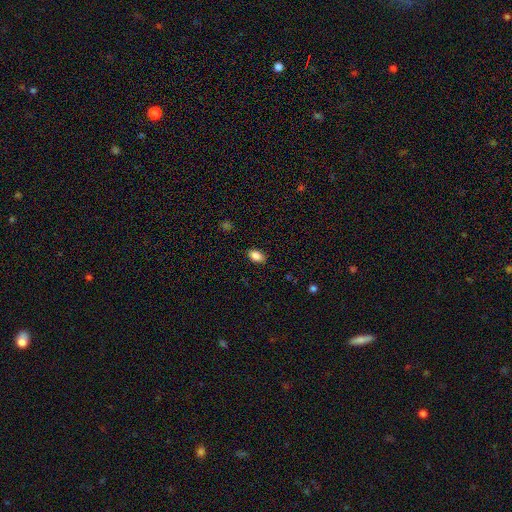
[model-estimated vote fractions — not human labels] Morphology: type=smooth (86%); roundness=in between (88%); merging=none (85%).